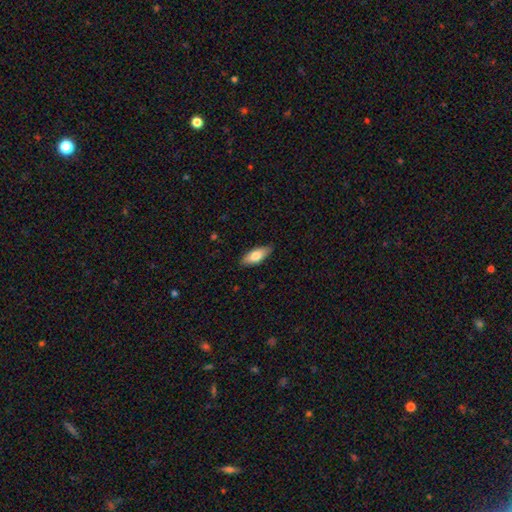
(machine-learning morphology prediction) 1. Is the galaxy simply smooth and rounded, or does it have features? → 75% smooth, 19% featured or disk, 6% star or artifact.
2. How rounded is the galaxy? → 77% in between, 20% cigar-shaped, 2% round.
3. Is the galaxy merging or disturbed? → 87% none, 10% minor disturbance, 2% major disturbance, 1% merger.